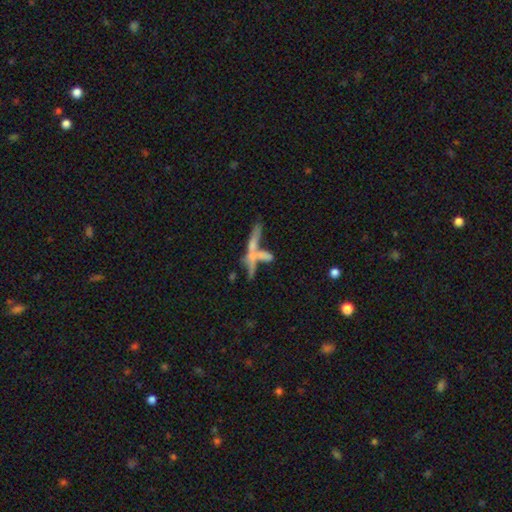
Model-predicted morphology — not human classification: This appears to be a smooth galaxy with no disk features (45%). Merging: merger (53%).